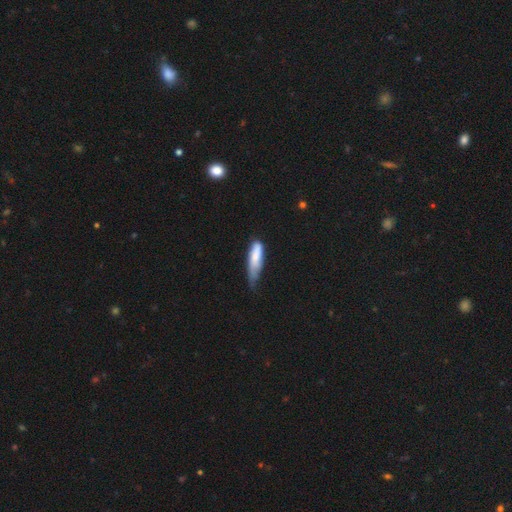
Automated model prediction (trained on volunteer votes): Morphology: type=smooth (79%); roundness=cigar-shaped (60%); merging=minor disturbance (51%).